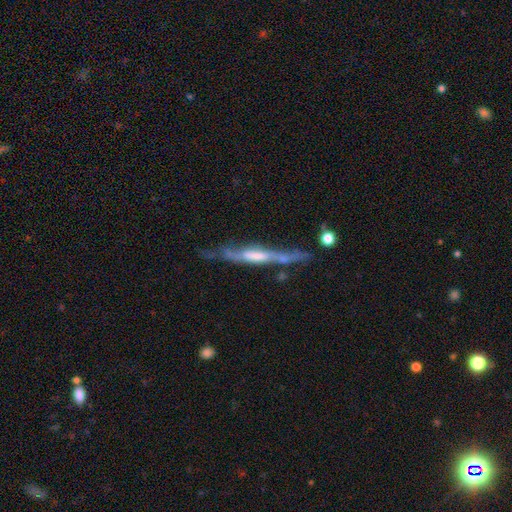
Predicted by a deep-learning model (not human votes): smooth-or-featured: featured or disk: 76% | smooth: 16% | star or artifact: 7%
  disk-edge-on: yes: 91% | no: 9%
    edge-on-bulge: rounded: 47% | none: 30% | boxy: 23%
  merging: none: 65% | minor disturbance: 20% | merger: 7% | major disturbance: 7%